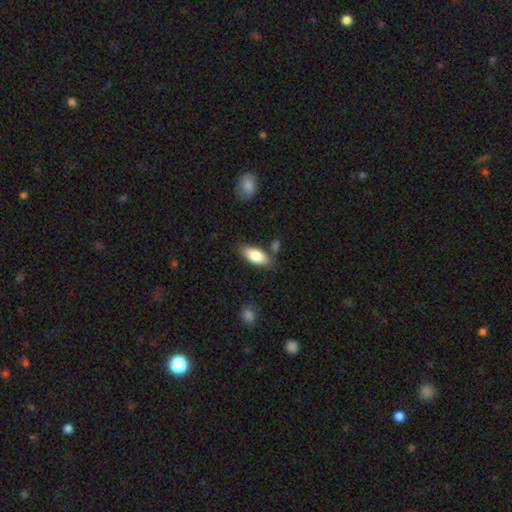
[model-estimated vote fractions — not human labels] Morphology: type=smooth (82%); roundness=in between (86%); merging=none (77%).